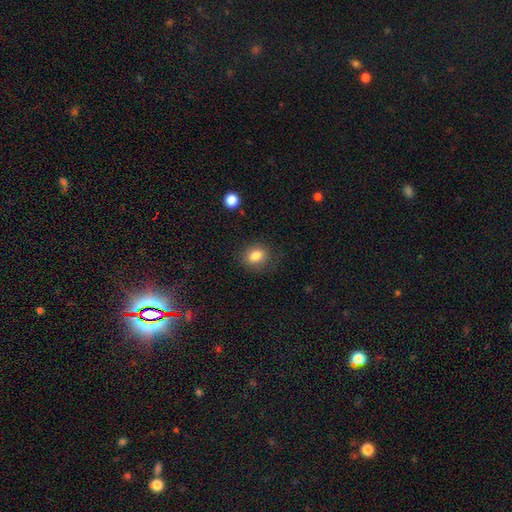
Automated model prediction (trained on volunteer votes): smooth_or_featured: smooth (p=0.84) [alt: star or artifact p=0.10]
how_rounded: in between (p=0.51) [alt: round p=0.48]
merging: none (p=0.80) [alt: minor disturbance p=0.14]